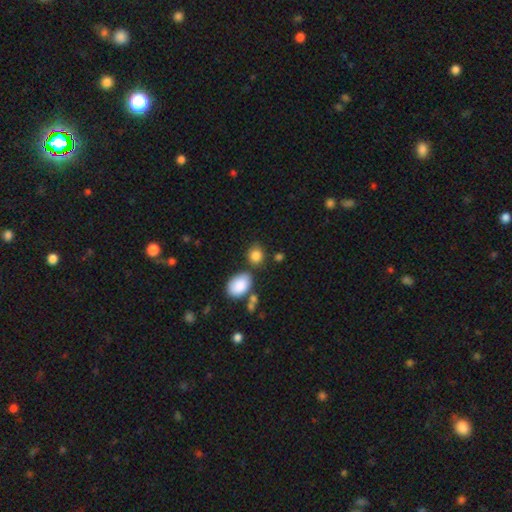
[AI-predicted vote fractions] Smooth or featured?
  - smooth: 86% *
  - star or artifact: 9%
  - featured or disk: 5%
How rounded?
  - round: 56% *
  - in between: 43%
  - cigar-shaped: 1%
Merging?
  - none: 69% *
  - minor disturbance: 14%
  - merger: 13%
  - major disturbance: 4%